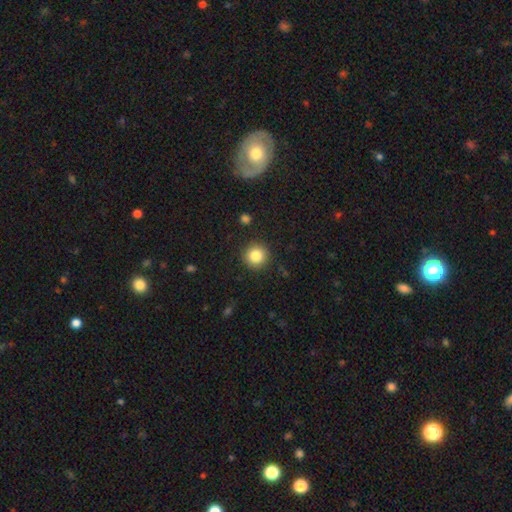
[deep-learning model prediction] Morphology: type=smooth (84%); roundness=round (94%); merging=none (90%).